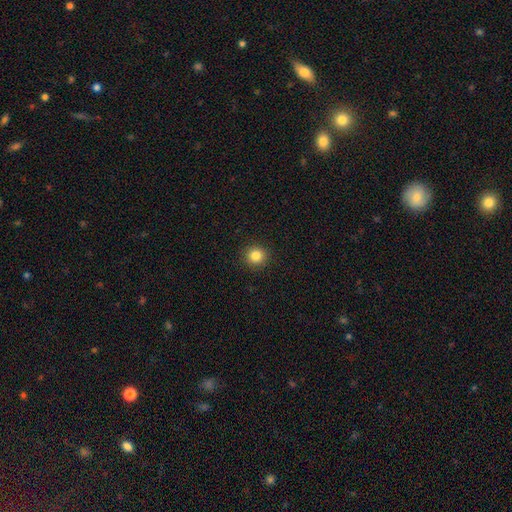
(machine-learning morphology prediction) Smooth or featured: smooth — 84% (star or artifact — 11%)
How rounded: round — 92% (in between — 7%)
Merging: none — 92% (minor disturbance — 5%)